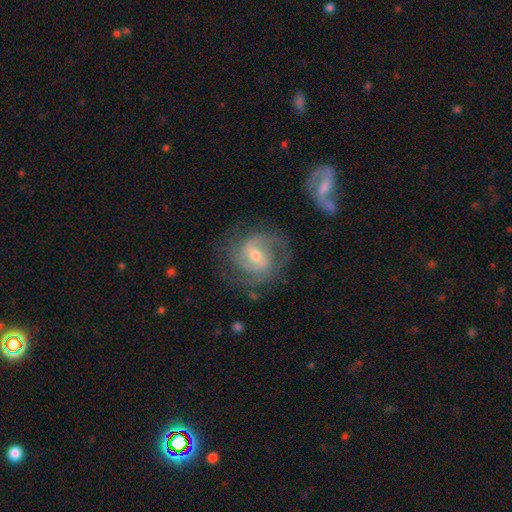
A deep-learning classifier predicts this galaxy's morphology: A featured or disk galaxy (84%) with a weak bar (47%), 2 (53%) medium (44%) spiral arms (94%) and a moderate central bulge (57%). Merging: none (70%).